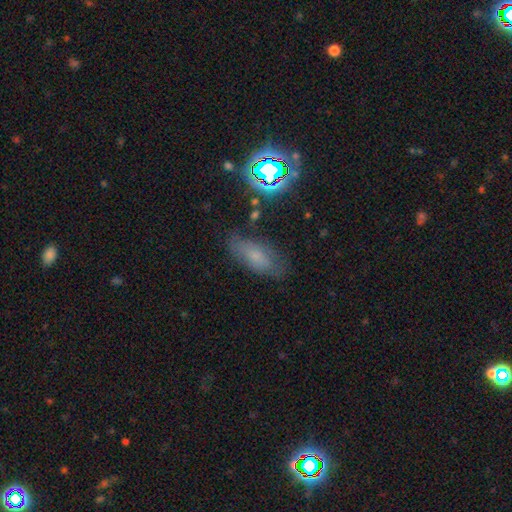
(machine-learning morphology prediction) smooth-or-featured: smooth: 59% | featured or disk: 21% | star or artifact: 20%
  how-rounded: in between: 79% | cigar-shaped: 16% | round: 5%
  merging: none: 70% | minor disturbance: 20% | major disturbance: 7% | merger: 3%